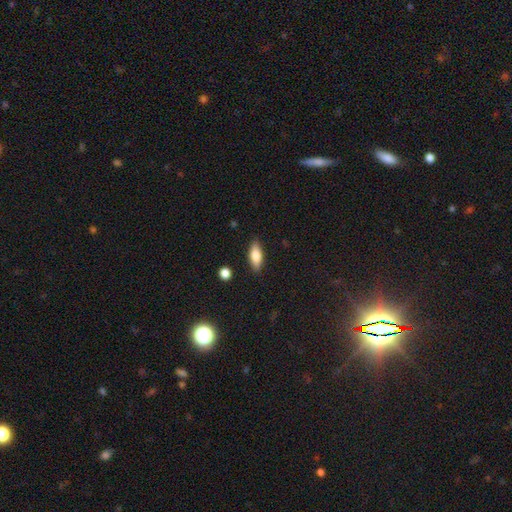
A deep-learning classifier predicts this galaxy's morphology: Smooth or featured?
  - smooth: 79% *
  - featured or disk: 14%
  - star or artifact: 7%
How rounded?
  - in between: 74% *
  - cigar-shaped: 23%
  - round: 3%
Merging?
  - none: 86% *
  - minor disturbance: 10%
  - major disturbance: 2%
  - merger: 2%